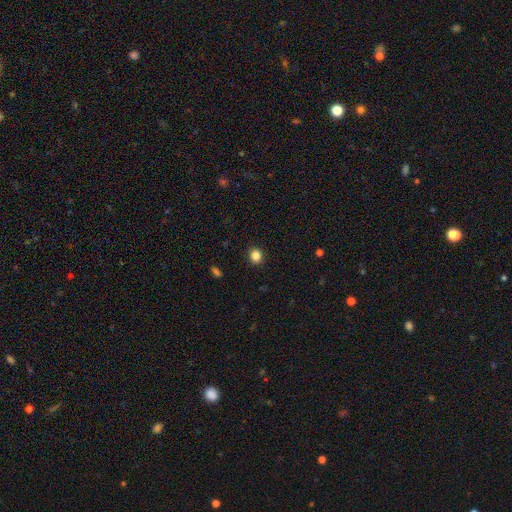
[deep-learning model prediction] This appears to be a smooth galaxy with no disk features (84%) that is round (80%). Merging: none (91%).